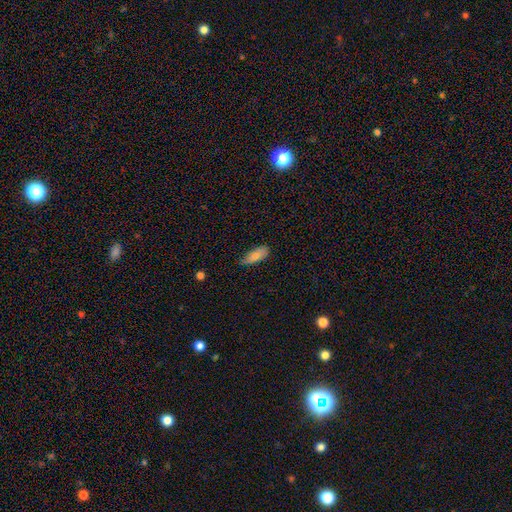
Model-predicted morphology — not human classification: This is clearly a smooth galaxy (82%). How rounded: likely in between (78%). Merging: likely none (68%).